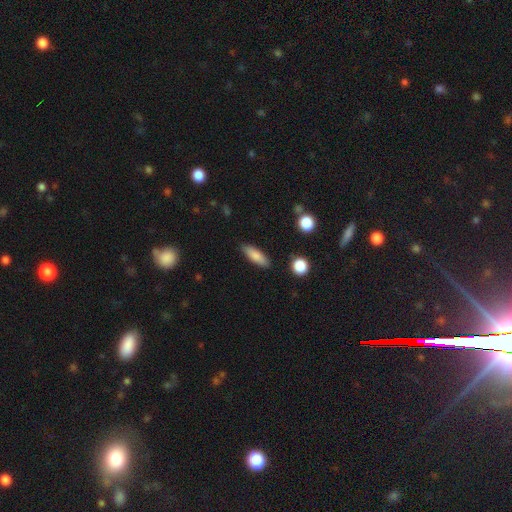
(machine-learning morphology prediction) This is clearly a smooth galaxy (81%). How rounded: possibly in between (53%). Merging: clearly none (86%).